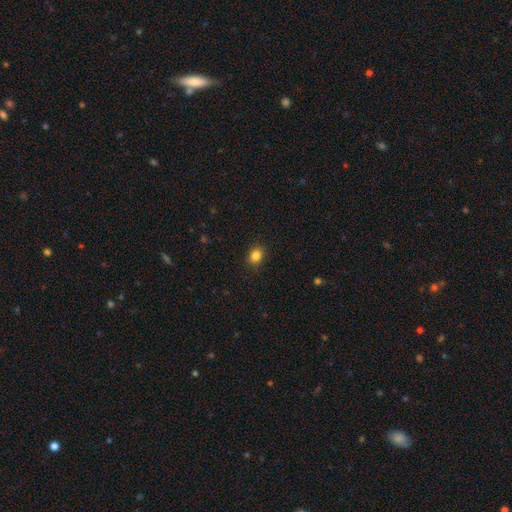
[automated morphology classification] smooth-or-featured: smooth: 84% | star or artifact: 11% | featured or disk: 4%
  how-rounded: round: 67% | in between: 32% | cigar-shaped: 1%
  merging: none: 88% | minor disturbance: 9% | major disturbance: 2% | merger: 1%